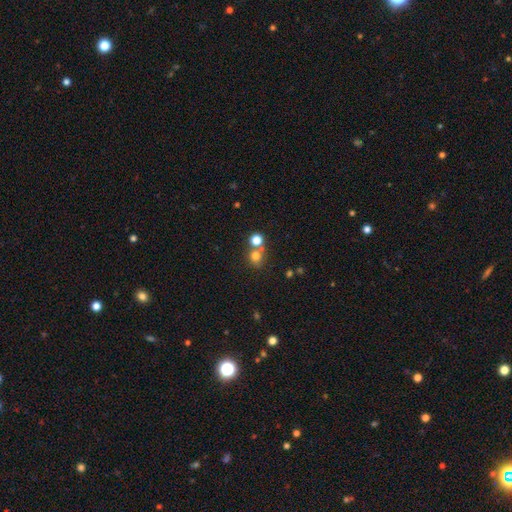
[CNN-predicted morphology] Overall: smooth (73%). How rounded: round (81%). Merging: none (57%; merger 32%).